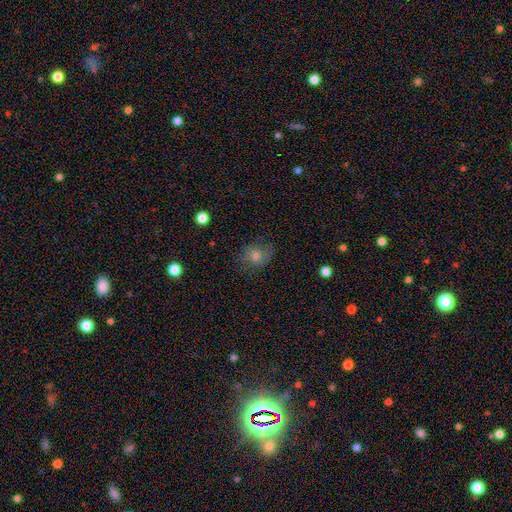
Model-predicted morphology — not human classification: Smooth or featured?
  - smooth: 64% *
  - featured or disk: 20%
  - star or artifact: 16%
How rounded?
  - round: 63% *
  - in between: 35%
  - cigar-shaped: 1%
Merging?
  - none: 75% *
  - minor disturbance: 17%
  - major disturbance: 7%
  - merger: 1%